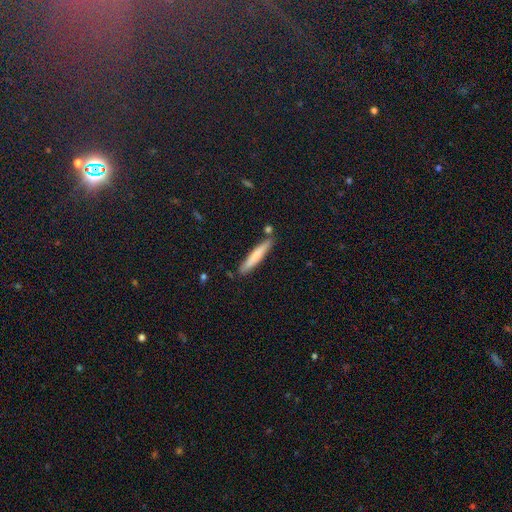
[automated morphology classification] Overall: smooth (72%). How rounded: cigar-shaped (94%). Merging: none (83%).